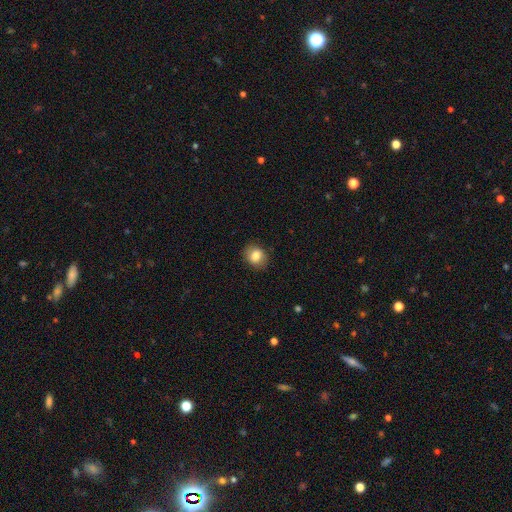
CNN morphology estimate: Smooth or featured? smooth (81%)
How rounded? round (57%)
Merging? none (85%)